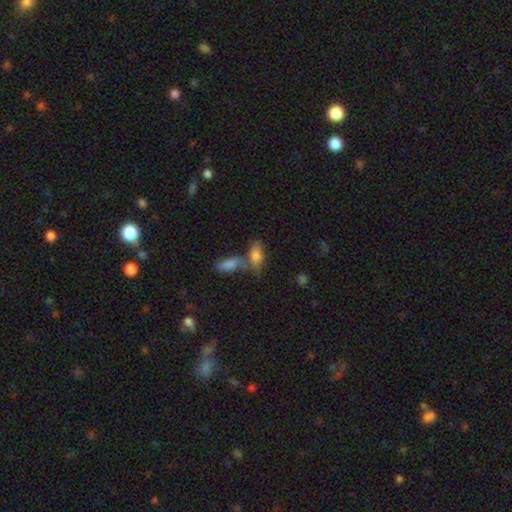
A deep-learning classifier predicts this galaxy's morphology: A smooth galaxy with no disk features (77%) that is in between round and cigar-shaped (84%). Merging: merger (41%, tied with none).